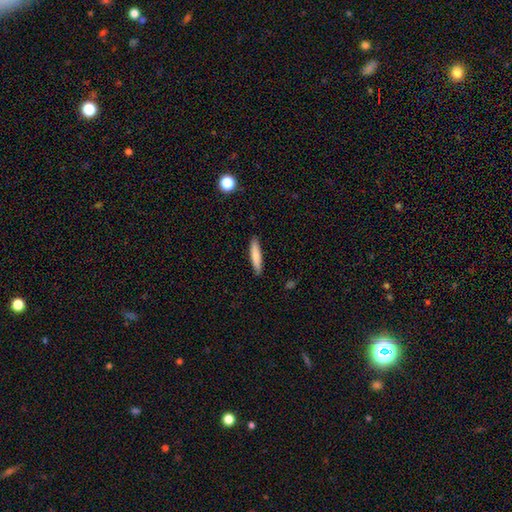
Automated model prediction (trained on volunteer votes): The model was most divided on "smooth or featured": smooth: 82%, featured or disk: 12%, star or artifact: 6%. More confident: merging — none (89%); how rounded — cigar-shaped (87%).